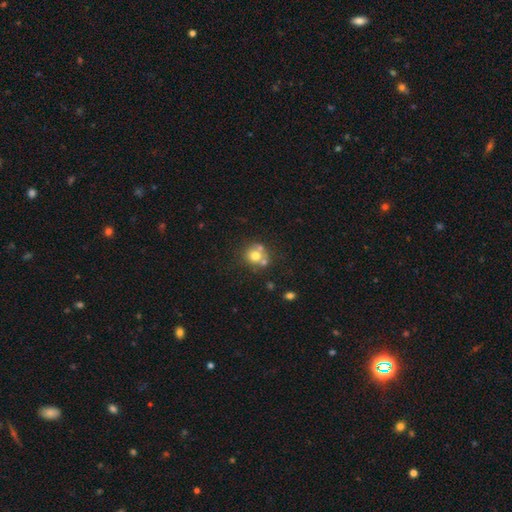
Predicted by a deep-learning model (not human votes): A smooth galaxy with no disk features (68%) that is round (84%). Merging: none (49%).